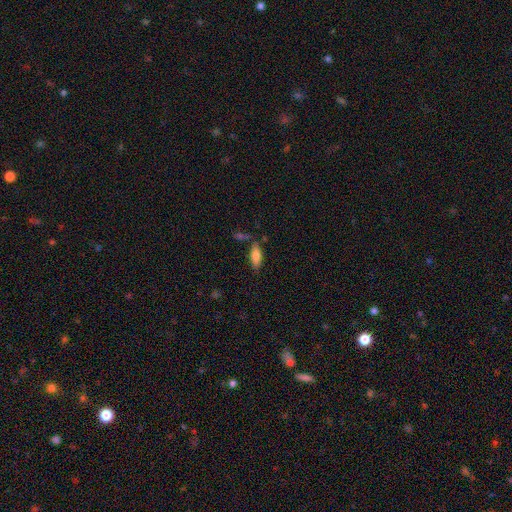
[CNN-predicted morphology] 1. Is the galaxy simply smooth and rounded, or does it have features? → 76% smooth, 17% featured or disk, 7% star or artifact.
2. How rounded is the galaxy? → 68% in between, 30% cigar-shaped, 2% round.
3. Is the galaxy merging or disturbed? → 70% none, 16% minor disturbance, 10% merger, 4% major disturbance.